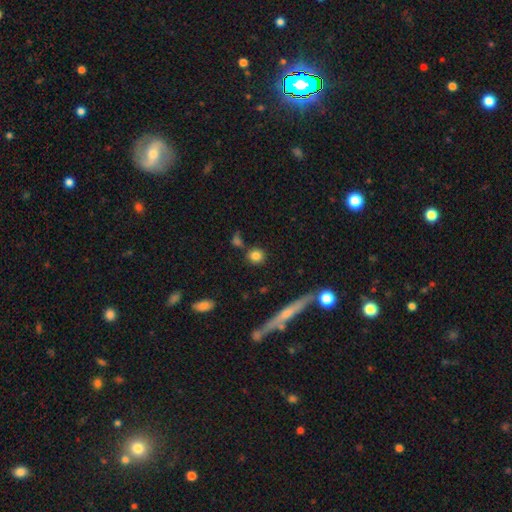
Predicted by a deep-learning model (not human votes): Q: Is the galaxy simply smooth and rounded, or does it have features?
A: smooth — 82%.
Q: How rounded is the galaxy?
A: round — 83%.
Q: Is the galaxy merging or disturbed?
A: none — 77%.